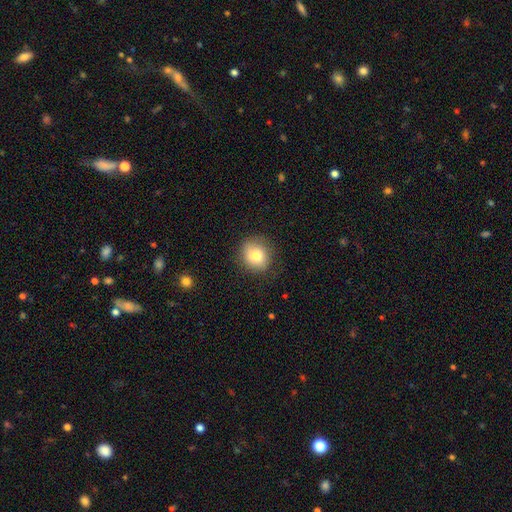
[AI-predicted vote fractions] Morphology: type=smooth (78%); roundness=round (82%); merging=none (83%).